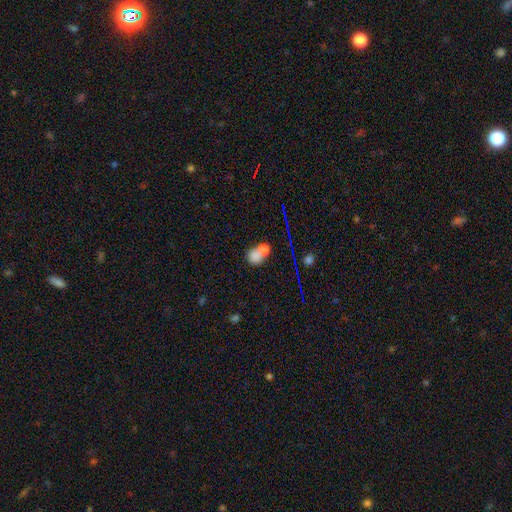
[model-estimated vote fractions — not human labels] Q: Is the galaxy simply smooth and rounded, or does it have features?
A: smooth — 74%.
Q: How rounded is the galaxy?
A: round — 61%.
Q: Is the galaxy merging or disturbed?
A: merger — 48%.